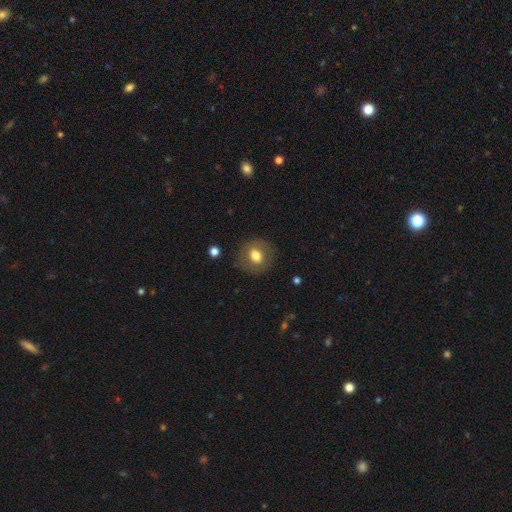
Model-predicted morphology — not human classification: Smooth or featured: smooth — 68% (featured or disk — 24%)
How rounded: round — 79% (in between — 20%)
Merging: none — 84% (minor disturbance — 11%)